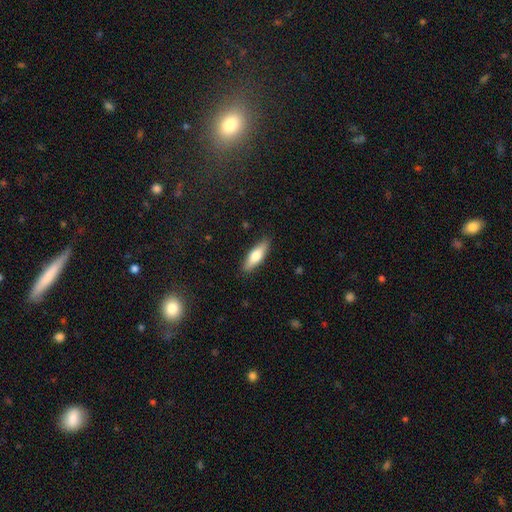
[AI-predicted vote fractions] Overall: smooth (67%). How rounded: in between (51%; cigar-shaped 47%). Merging: none (88%).